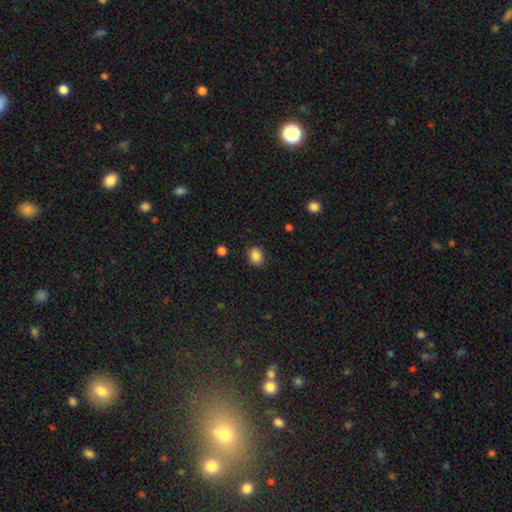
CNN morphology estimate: Overall: smooth (87%). How rounded: in between (50%; round 49%). Merging: none (86%).